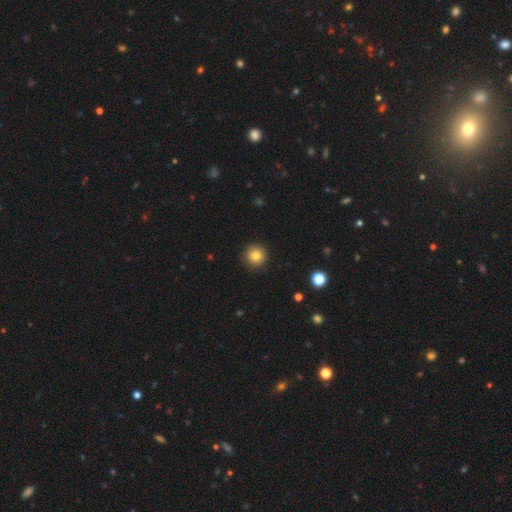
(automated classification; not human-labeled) This appears to be a smooth galaxy with no disk features (83%) that is round (95%). Merging: none (91%).